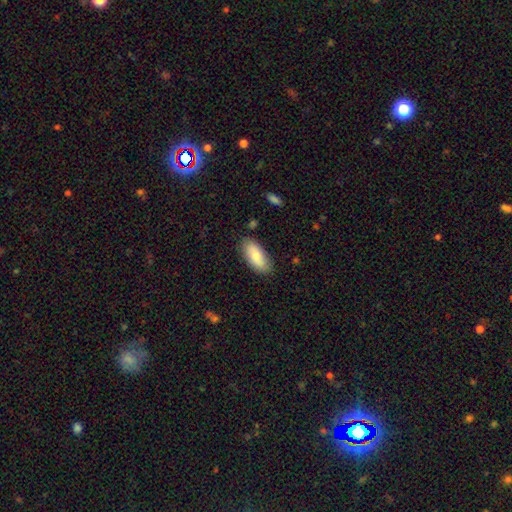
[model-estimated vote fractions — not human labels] smooth_or_featured: smooth (p=0.78) [alt: featured or disk p=0.16]
how_rounded: in between (p=0.89) [alt: cigar-shaped p=0.09]
merging: none (p=0.82) [alt: minor disturbance p=0.13]